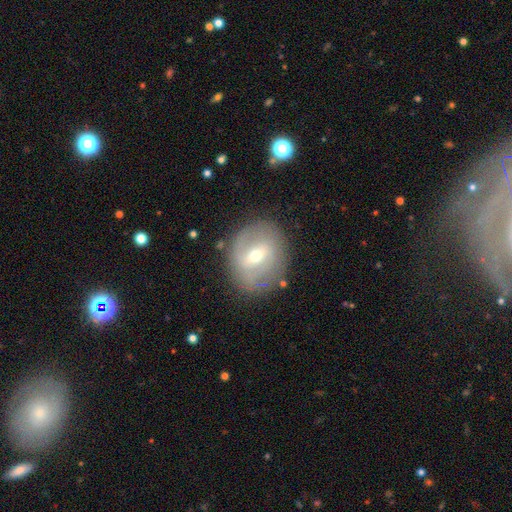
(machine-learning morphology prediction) This is likely a featured or disk galaxy (61%). It is clearly not viewed edge-on (94%). Bar: possibly weak (47%). Spiral arm pattern: possibly yes (51%). Central bulge: possibly small (54%). Merging: likely none (78%).